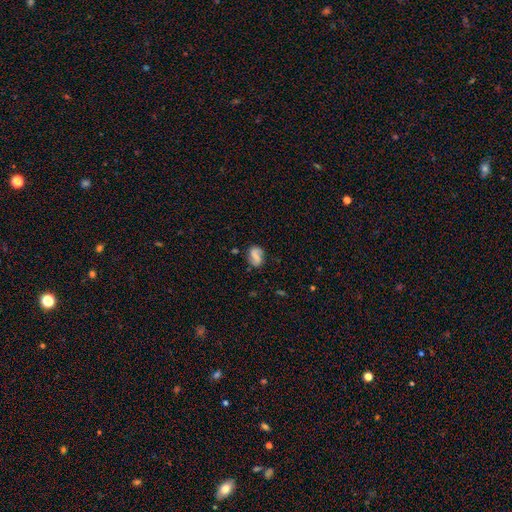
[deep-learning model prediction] Overall: featured or disk (56%; smooth 35%). Edge-on disk: no (97%). Bar: weak (40%; strong 30%). Spiral arms: yes (87%). Bulge size: none (42%; small 33%). Merging: none (75%).